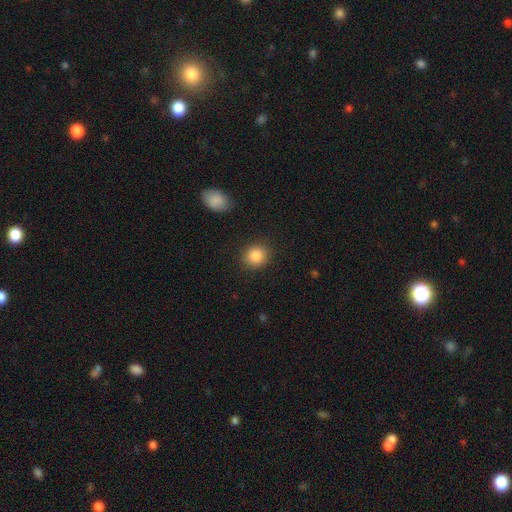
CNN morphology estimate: A smooth galaxy with no disk features (87%) that is round (77%).

Vote fractions:
- Smooth or featured? smooth: 87% / star or artifact: 9% / featured or disk: 5%
- How rounded? round: 77% / in between: 22% / cigar-shaped: 1%
- Merging? none: 88% / minor disturbance: 8% / major disturbance: 3% / merger: 1%